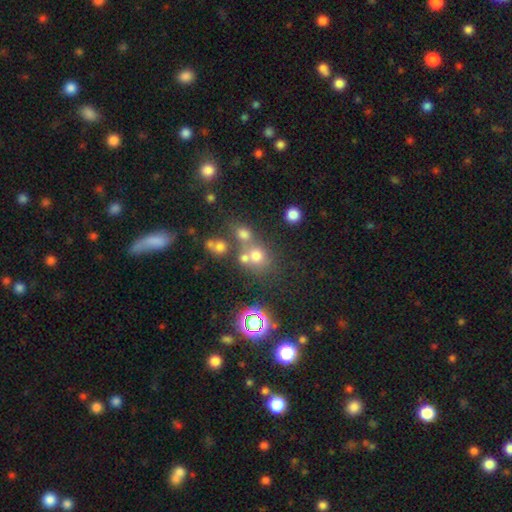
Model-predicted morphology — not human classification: Smooth or featured?
  - smooth: 63% *
  - star or artifact: 24%
  - featured or disk: 13%
How rounded?
  - round: 79% *
  - in between: 19%
  - cigar-shaped: 1%
Merging?
  - none: 51% *
  - merger: 33%
  - minor disturbance: 10%
  - major disturbance: 6%